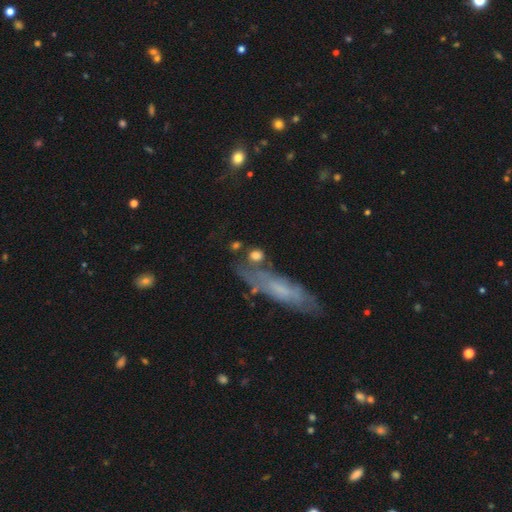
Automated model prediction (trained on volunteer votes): This appears to be a smooth galaxy with no disk features (74%) that is round (60%). Merging: none (64%).